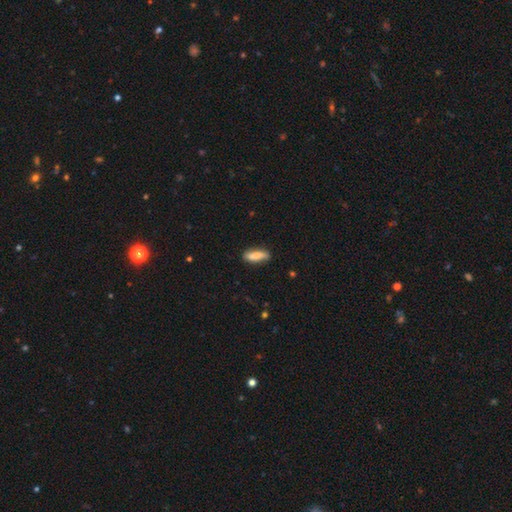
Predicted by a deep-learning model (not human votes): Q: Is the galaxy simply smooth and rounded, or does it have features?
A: smooth — 79%.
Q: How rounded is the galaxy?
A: in between — 61%.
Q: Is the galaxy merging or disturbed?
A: none — 79%.